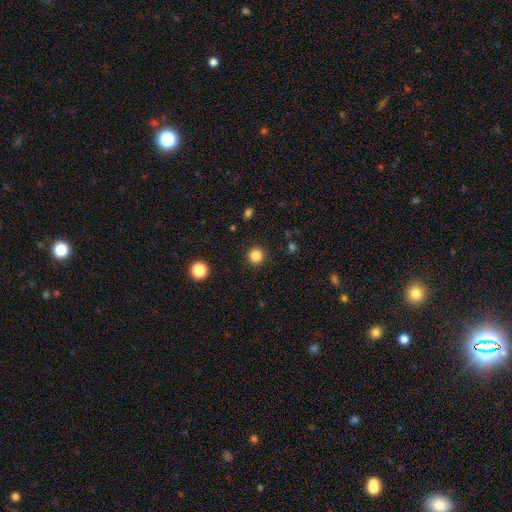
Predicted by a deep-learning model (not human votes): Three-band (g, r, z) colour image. It shows a smooth galaxy with no disk features (85%) that is round (95%). Merging: none (92%).